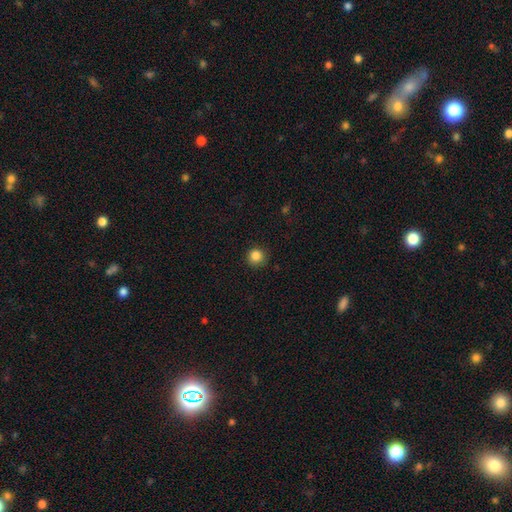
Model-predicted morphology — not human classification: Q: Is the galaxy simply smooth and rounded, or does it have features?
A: smooth — 85%.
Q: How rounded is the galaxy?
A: round — 93%.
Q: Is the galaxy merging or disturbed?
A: none — 88%.